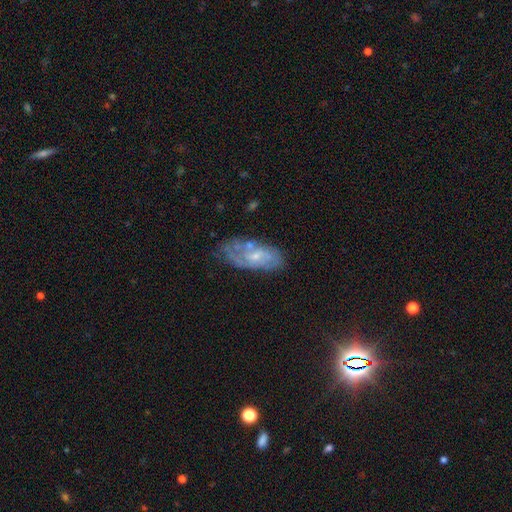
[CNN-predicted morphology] This is likely a featured or disk galaxy (62%). It is clearly not viewed edge-on (91%). Bar: likely no (62%). Spiral arm pattern: likely yes (64%). Central bulge: possibly small (59%). Merging: possibly none (54%).